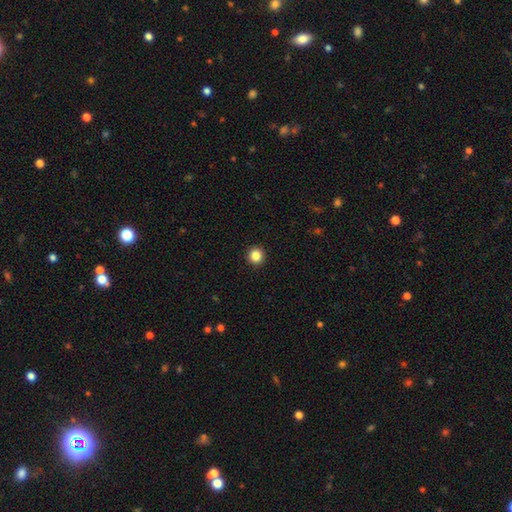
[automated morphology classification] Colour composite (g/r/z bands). It shows a smooth galaxy with no disk features (85%) that is round (95%). Merging: none (94%).